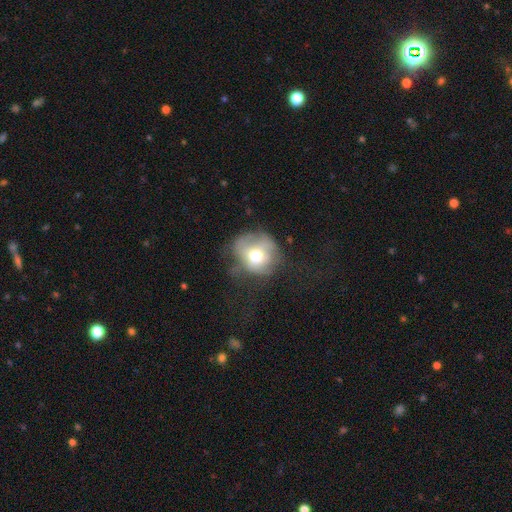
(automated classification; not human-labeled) Overall: smooth (60%; featured or disk 28%). How rounded: round (79%). Merging: none (43%; minor disturbance 28%).